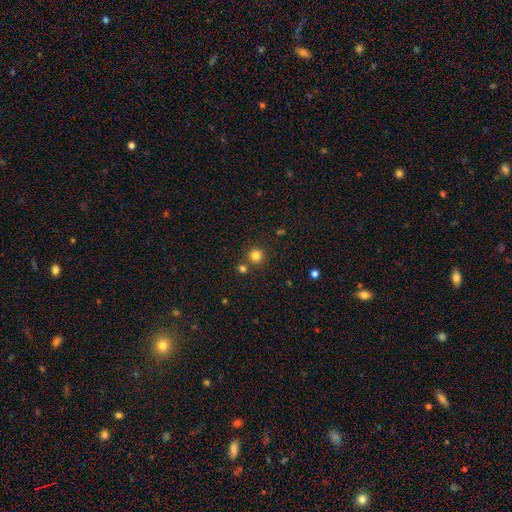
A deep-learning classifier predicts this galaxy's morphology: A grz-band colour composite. It shows a smooth galaxy with no disk features (81%) that is round (94%). Merging: none (80%).